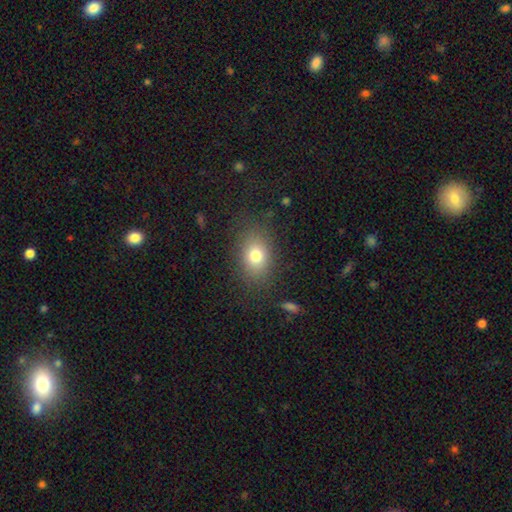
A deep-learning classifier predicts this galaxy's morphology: smooth 77%, featured or disk 11%, star or artifact 11%. Down the decision tree: how rounded — in between (71%); merging — none (80%).